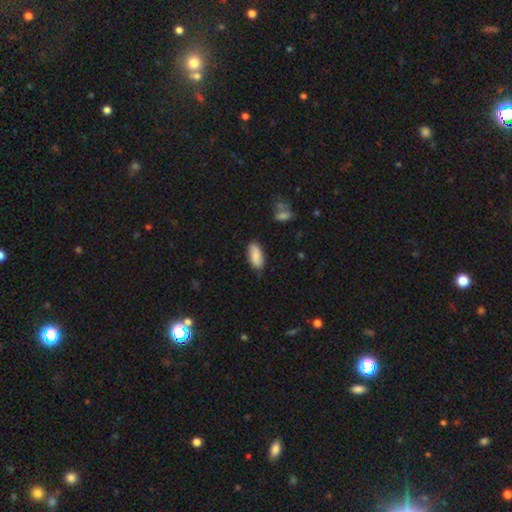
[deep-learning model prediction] Smooth or featured? smooth (87%)
How rounded? in between (87%)
Merging? none (80%)